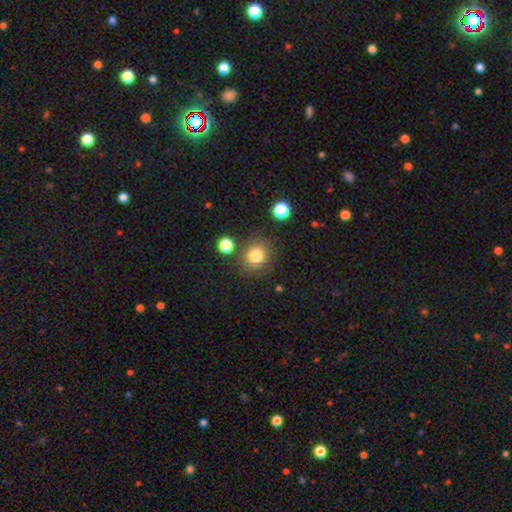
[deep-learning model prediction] This is likely a smooth galaxy (79%). How rounded: clearly round (84%). Merging: clearly none (80%).